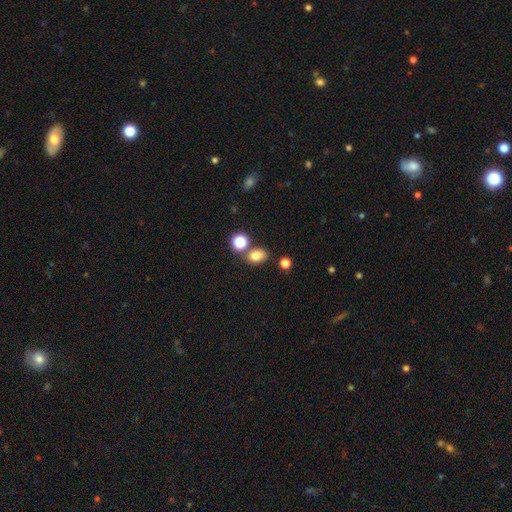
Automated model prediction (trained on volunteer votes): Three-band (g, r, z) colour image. It shows a smooth galaxy with no disk features (79%) that is in between round and cigar-shaped (68%). Merging: none (67%).